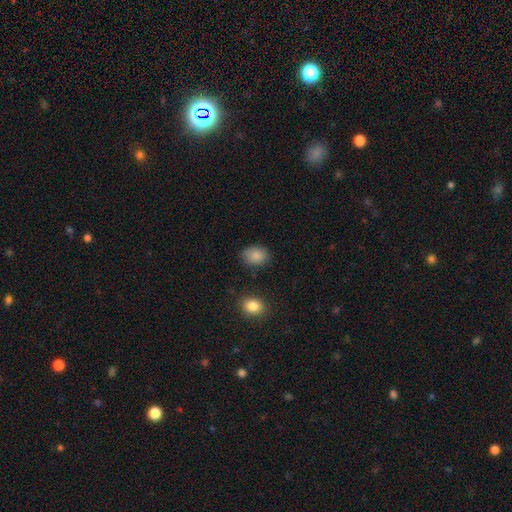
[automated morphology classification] smooth_or_featured: smooth (p=0.87) [alt: star or artifact p=0.08]
how_rounded: in between (p=0.67) [alt: round p=0.32]
merging: none (p=0.79) [alt: minor disturbance p=0.15]